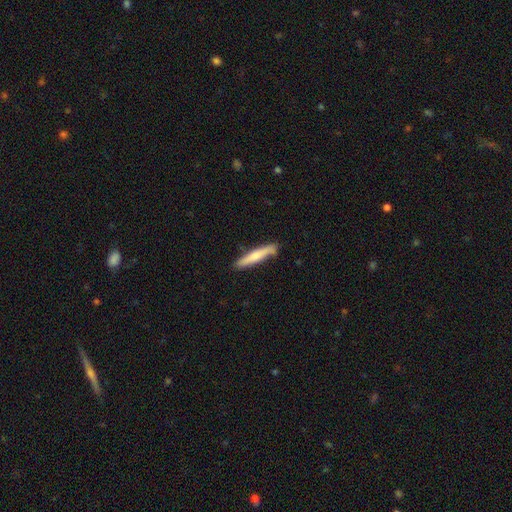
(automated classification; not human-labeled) smooth_or_featured: smooth (p=0.65) [alt: featured or disk p=0.30]
how_rounded: cigar-shaped (p=0.93) [alt: in between p=0.06]
merging: none (p=0.83) [alt: minor disturbance p=0.13]